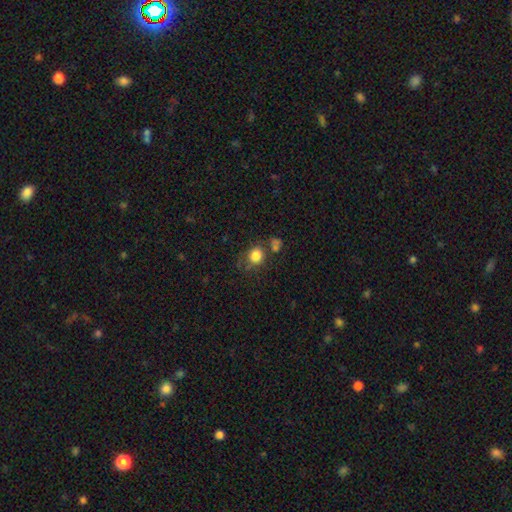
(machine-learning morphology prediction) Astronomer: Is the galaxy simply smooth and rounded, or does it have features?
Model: smooth — 82%.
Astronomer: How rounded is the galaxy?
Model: round — 73%.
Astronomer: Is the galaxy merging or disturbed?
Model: none — 60%.